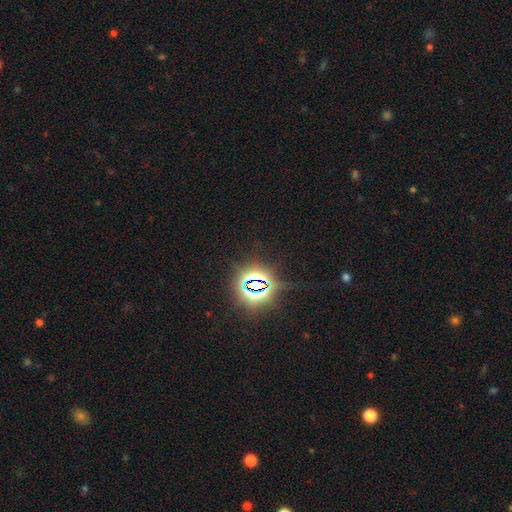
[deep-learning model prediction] Smooth or featured?
  - star or artifact: 83% *
  - smooth: 10%
  - featured or disk: 7%